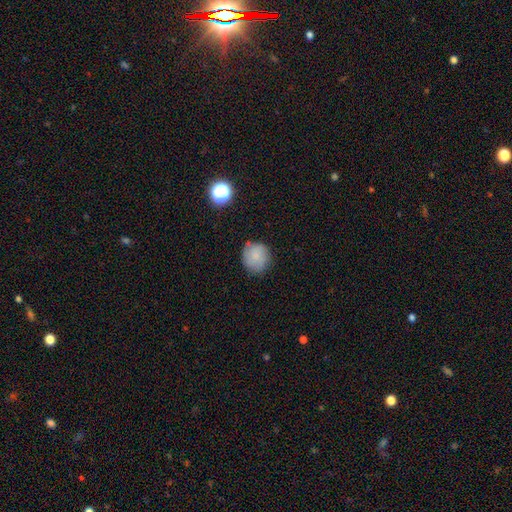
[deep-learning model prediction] A smooth galaxy with no disk features (79%) that is round (86%). Merging: none (73%).